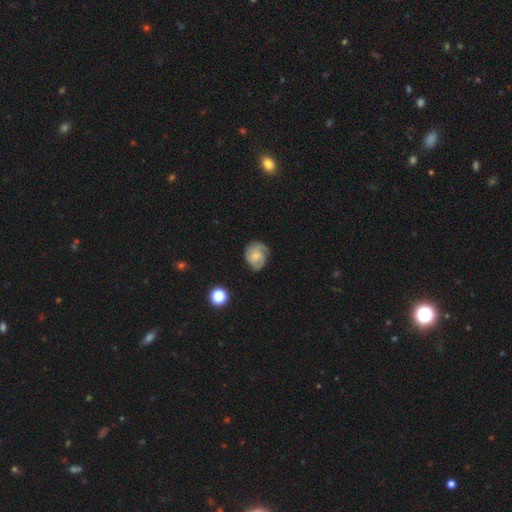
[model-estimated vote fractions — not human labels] Q: Smooth or featured?
A: featured or disk (71%); runner-up: smooth (22%)
Q: Edge-on disk?
A: no (98%); runner-up: yes (2%)
Q: Bar?
A: no (68%); runner-up: weak (28%)
Q: Spiral arms?
A: yes (95%); runner-up: no (5%)
Q: Spiral winding?
A: tight (51%); runner-up: medium (39%)
Q: Spiral arm count?
A: 3 (46%); runner-up: 2 (23%)
Q: Bulge size?
A: small (49%); runner-up: moderate (31%)
Q: Merging?
A: none (70%); runner-up: minor disturbance (20%)